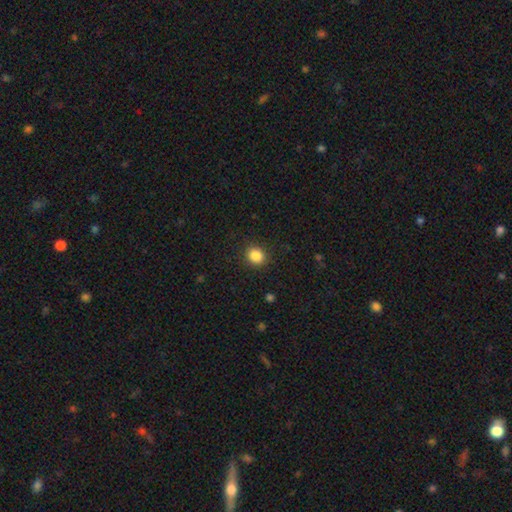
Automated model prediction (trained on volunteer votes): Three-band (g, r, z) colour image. It shows a smooth galaxy with no disk features (86%) that is round (75%). Merging: none (89%).